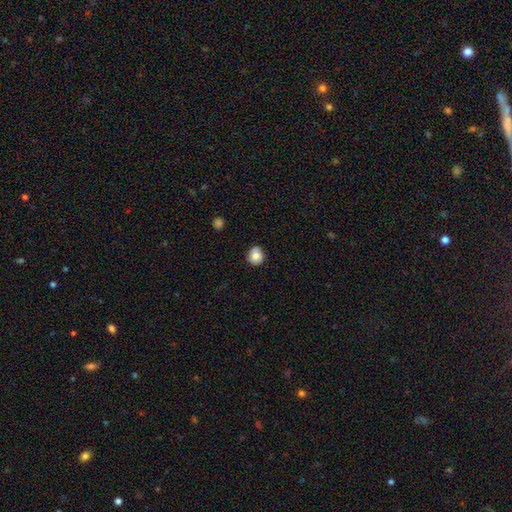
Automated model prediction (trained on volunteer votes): Smooth or featured? smooth (80%)
How rounded? round (83%)
Merging? none (75%)